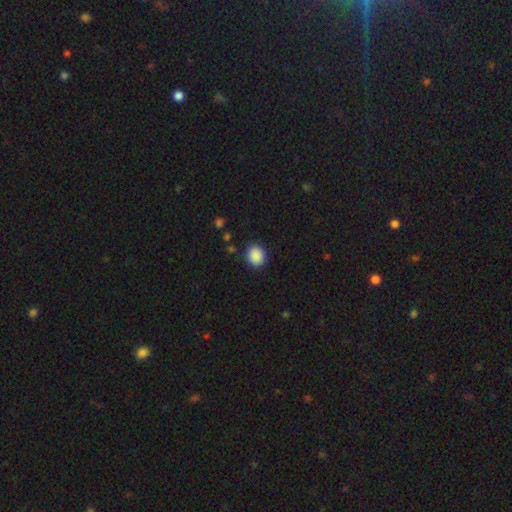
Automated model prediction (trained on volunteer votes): Smooth or featured? Predicted: smooth (p=0.89). How rounded? Predicted: round (p=0.65). Merging? Predicted: none (p=0.89).